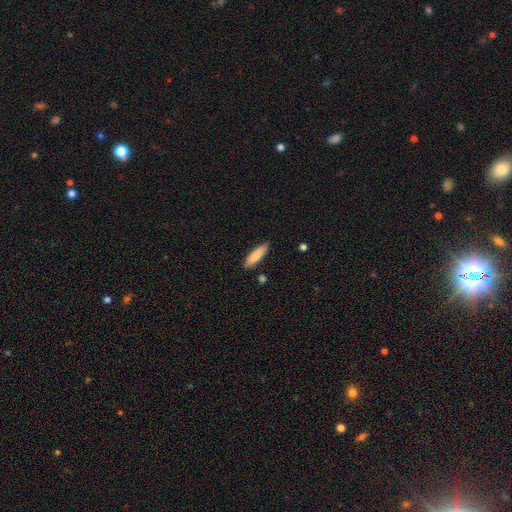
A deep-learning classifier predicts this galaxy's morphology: smooth 84%, featured or disk 10%, star or artifact 6%. Down the decision tree: how rounded — cigar-shaped (59%); merging — none (86%).